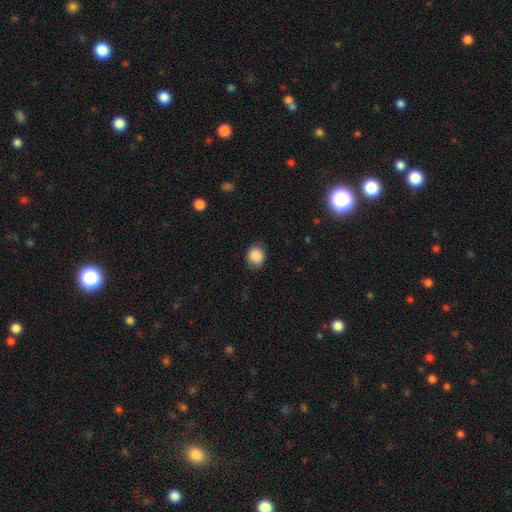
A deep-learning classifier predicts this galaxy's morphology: A smooth galaxy with no disk features (88%) that is round (76%).

Vote fractions:
- Smooth or featured? smooth: 88% / star or artifact: 8% / featured or disk: 4%
- How rounded? round: 76% / in between: 24% / cigar-shaped: 1%
- Merging? none: 82% / minor disturbance: 14% / major disturbance: 3% / merger: 1%